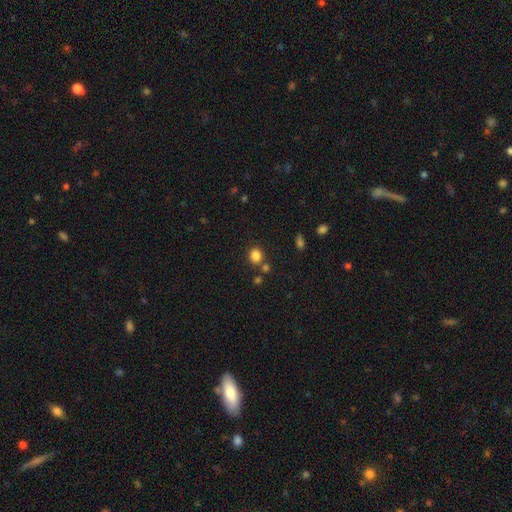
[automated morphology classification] type=smooth (83%); roundness=round (71%); merging=none (75%).